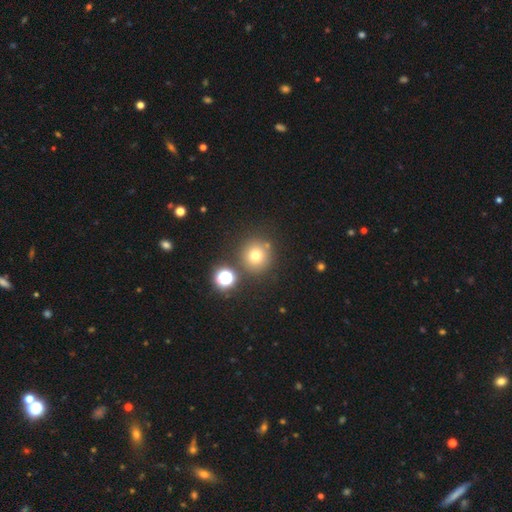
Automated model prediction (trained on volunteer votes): Q: Smooth or featured?
A: smooth (71%); runner-up: star or artifact (19%)
Q: How rounded?
A: round (94%); runner-up: in between (5%)
Q: Merging?
A: none (79%); runner-up: merger (9%)